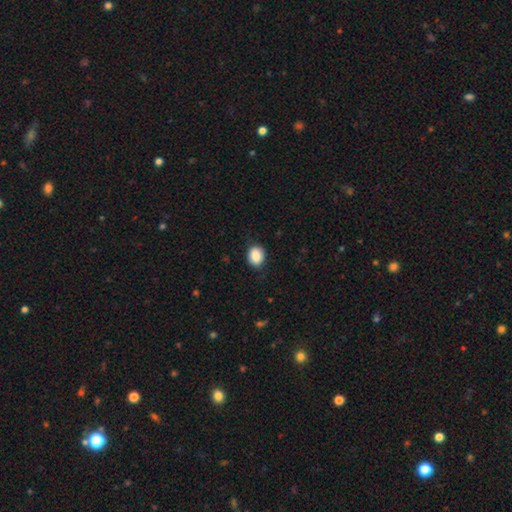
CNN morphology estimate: A smooth galaxy with no disk features (88%) that is round (54%).

Vote fractions:
- Smooth or featured? smooth: 88% / star or artifact: 8% / featured or disk: 4%
- How rounded? round: 54% / in between: 45% / cigar-shaped: 1%
- Merging? none: 87% / minor disturbance: 9% / major disturbance: 2% / merger: 1%